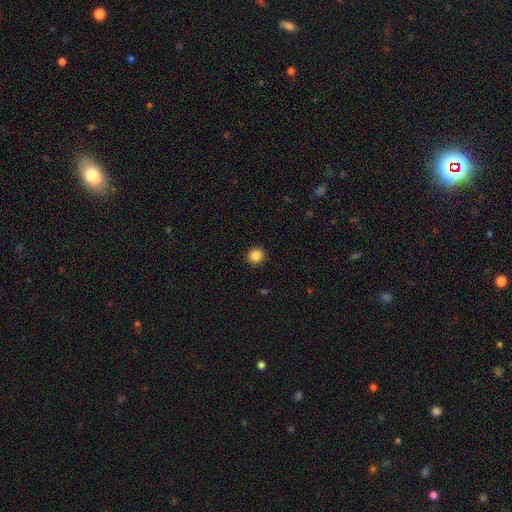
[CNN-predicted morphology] Smooth or featured: smooth — 85% (star or artifact — 10%)
How rounded: round — 93% (in between — 6%)
Merging: none — 93% (minor disturbance — 5%)